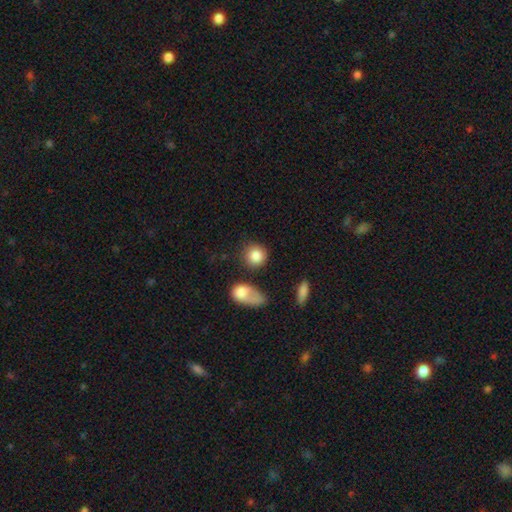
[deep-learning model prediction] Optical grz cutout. It shows a smooth galaxy with no disk features (84%) that is round (84%). Merging: none (67%).